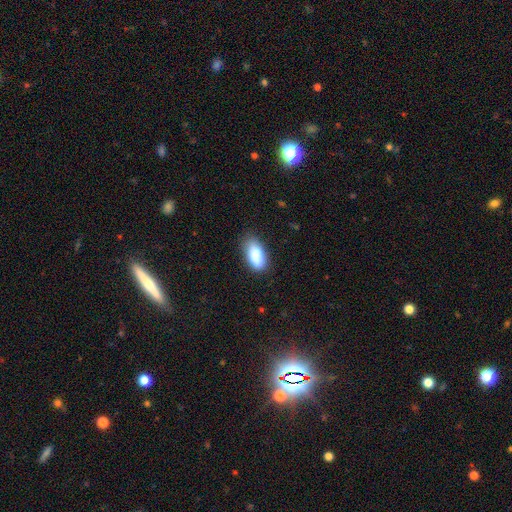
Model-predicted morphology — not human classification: A smooth galaxy with no disk features (87%) that is in between round and cigar-shaped (89%).

Vote fractions:
- Smooth or featured? smooth: 87% / star or artifact: 7% / featured or disk: 6%
- How rounded? in between: 89% / cigar-shaped: 8% / round: 3%
- Merging? none: 74% / minor disturbance: 20% / major disturbance: 4% / merger: 2%